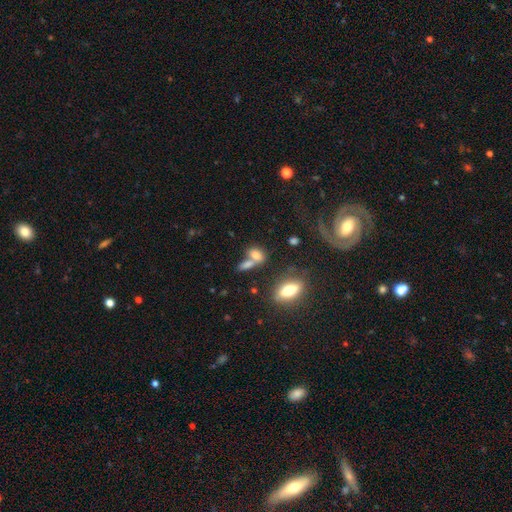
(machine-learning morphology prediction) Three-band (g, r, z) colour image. It shows a smooth galaxy with no disk features (74%) that is in between round and cigar-shaped (72%). Merging: merger (44%).